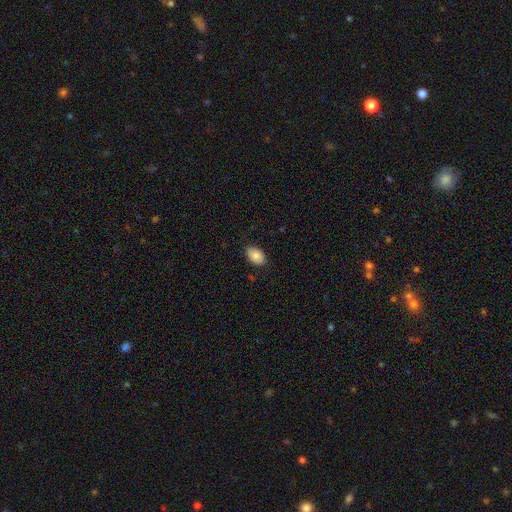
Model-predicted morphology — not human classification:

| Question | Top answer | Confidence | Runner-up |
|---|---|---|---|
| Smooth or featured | smooth | 85% | featured or disk (8%) |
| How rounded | in between | 89% | round (10%) |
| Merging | none | 85% | minor disturbance (12%) |